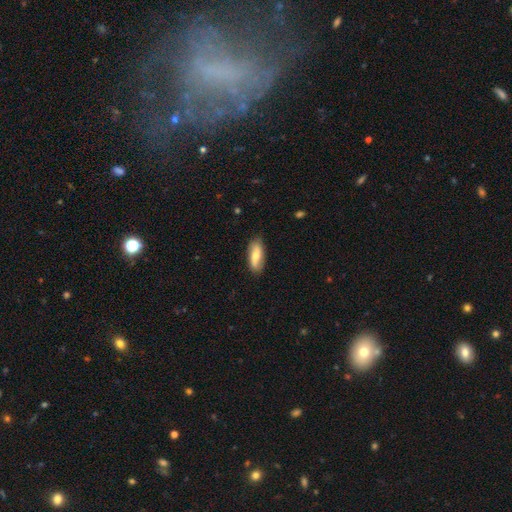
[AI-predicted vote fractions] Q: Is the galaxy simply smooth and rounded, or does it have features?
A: smooth — 64%.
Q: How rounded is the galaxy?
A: in between — 72%.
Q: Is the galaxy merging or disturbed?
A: none — 83%.